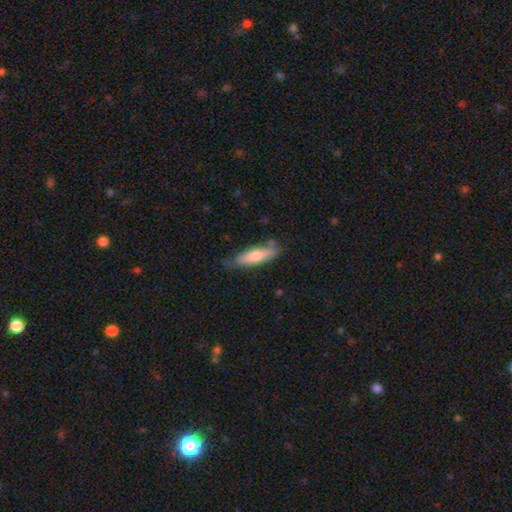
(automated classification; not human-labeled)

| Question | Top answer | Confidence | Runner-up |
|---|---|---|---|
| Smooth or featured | smooth | 68% | featured or disk (27%) |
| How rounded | cigar-shaped | 62% | in between (37%) |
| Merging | none | 69% | minor disturbance (24%) |